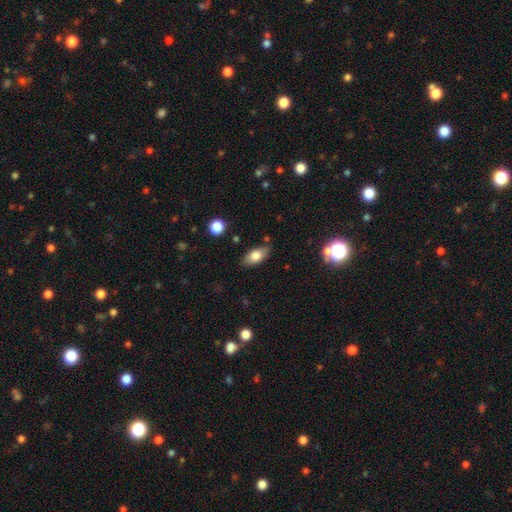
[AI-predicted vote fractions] smooth 76%, featured or disk 16%, star or artifact 8%. Down the decision tree: how rounded — in between (89%); merging — none (82%).